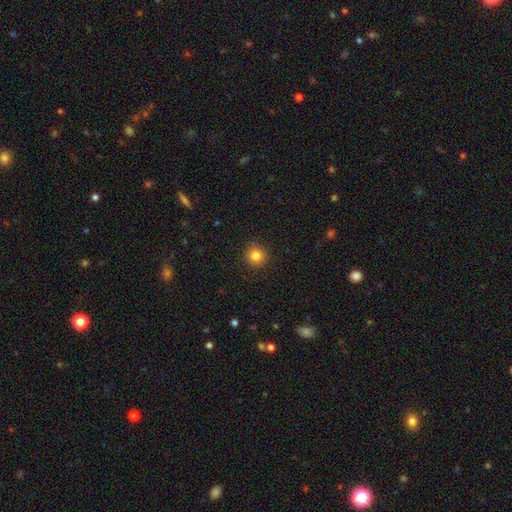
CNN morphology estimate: Smooth or featured? smooth (83%)
How rounded? round (94%)
Merging? none (91%)